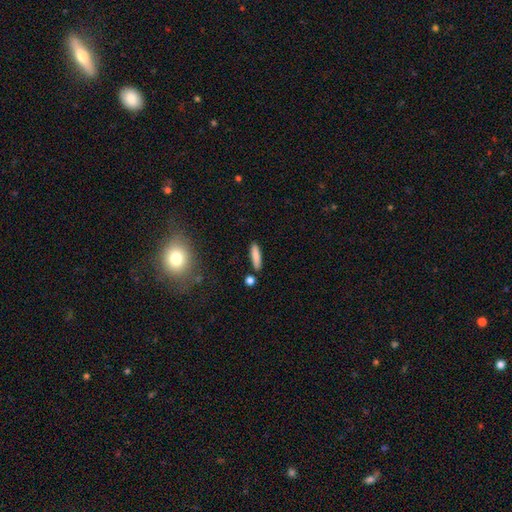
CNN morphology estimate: type=smooth (84%); roundness=cigar-shaped (74%); merging=none (83%).